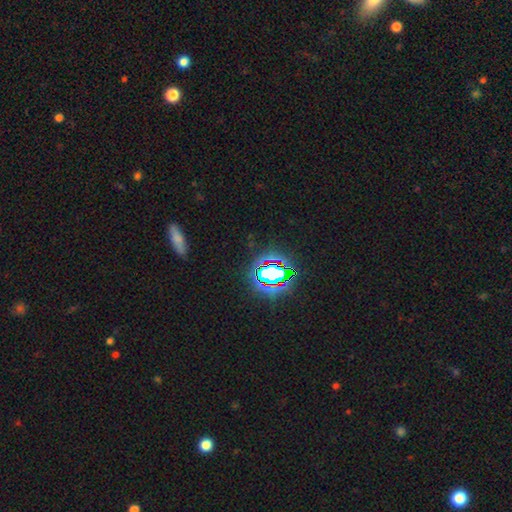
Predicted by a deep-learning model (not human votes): Q: Smooth or featured?
A: star or artifact (75%); runner-up: smooth (15%)